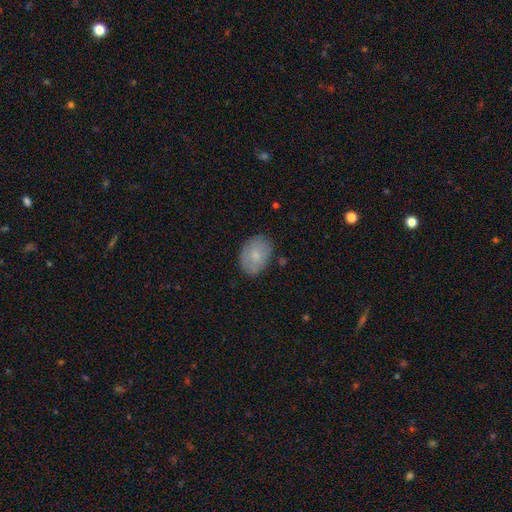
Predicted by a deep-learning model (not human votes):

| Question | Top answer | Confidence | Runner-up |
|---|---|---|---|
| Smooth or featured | smooth | 74% | featured or disk (19%) |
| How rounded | in between | 76% | round (22%) |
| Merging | none | 75% | minor disturbance (19%) |